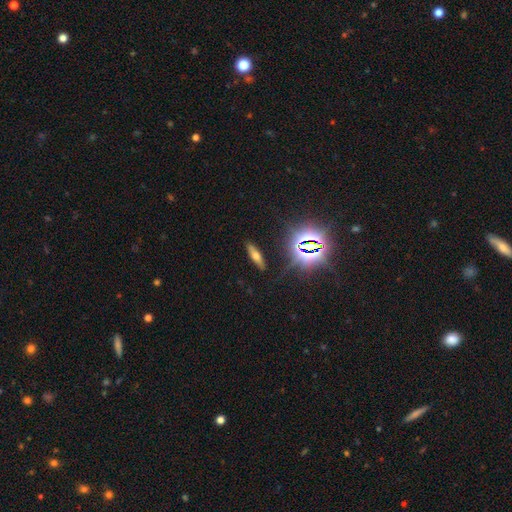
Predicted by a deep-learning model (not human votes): A smooth galaxy with no disk features (43%).

Vote fractions:
- Smooth or featured? smooth: 43% / featured or disk: 33% / star or artifact: 23%
- Merging? none: 86% / minor disturbance: 9% / major disturbance: 3% / merger: 2%